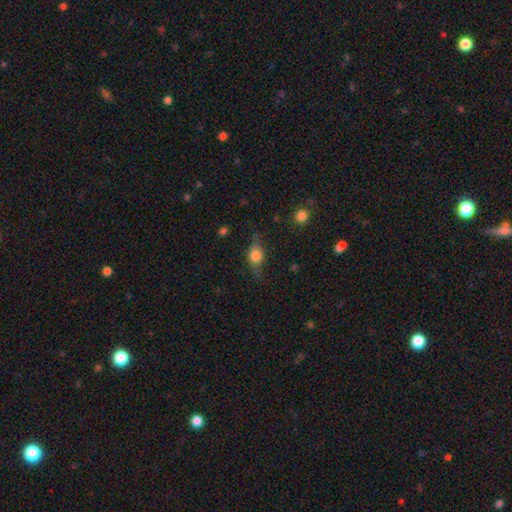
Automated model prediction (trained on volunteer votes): The model was most divided on "how rounded": in between: 55%, round: 35%, cigar-shaped: 10%. More confident: merging — none (66%); smooth or featured — smooth (58%).